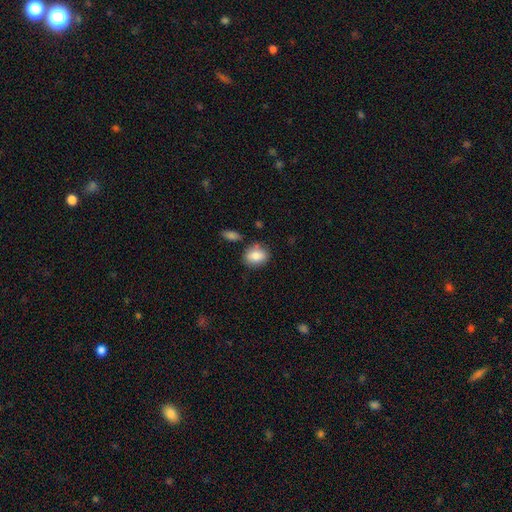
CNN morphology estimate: Smooth or featured? smooth (83%)
How rounded? in between (60%)
Merging? none (74%)